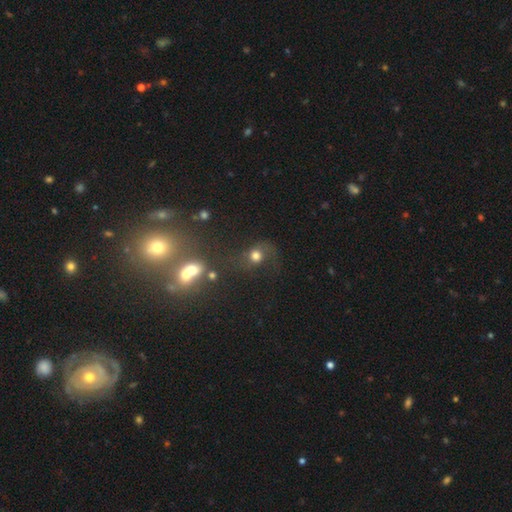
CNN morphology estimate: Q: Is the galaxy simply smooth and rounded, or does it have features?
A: smooth — 59%.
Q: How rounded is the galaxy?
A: round — 76%.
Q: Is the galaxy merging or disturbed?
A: none — 42%.